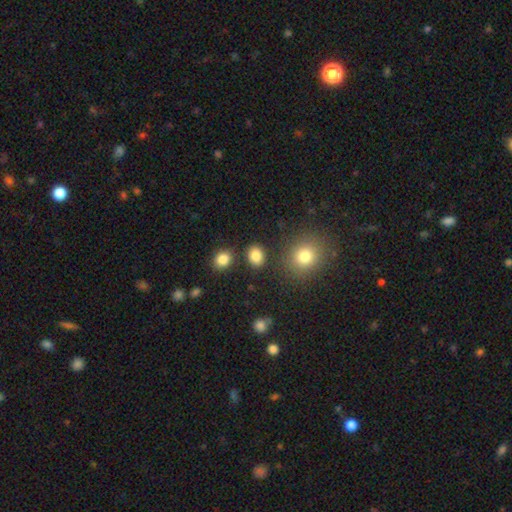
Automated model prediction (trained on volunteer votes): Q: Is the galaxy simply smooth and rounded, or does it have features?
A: smooth — 85%.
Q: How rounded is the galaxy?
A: in between — 52%.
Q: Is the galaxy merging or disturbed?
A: none — 83%.